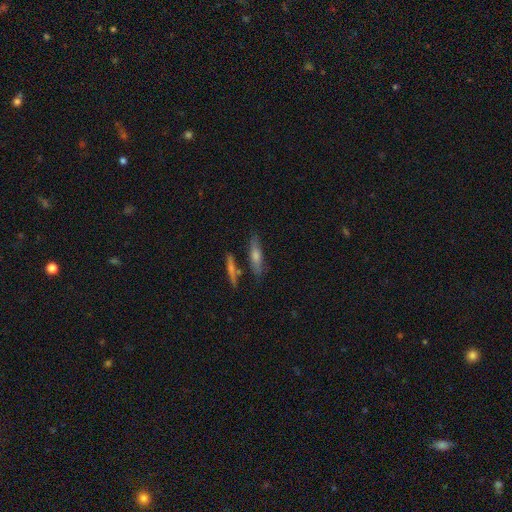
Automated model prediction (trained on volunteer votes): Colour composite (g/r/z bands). It shows a featured or disk galaxy (46%). Merging: none (75%).